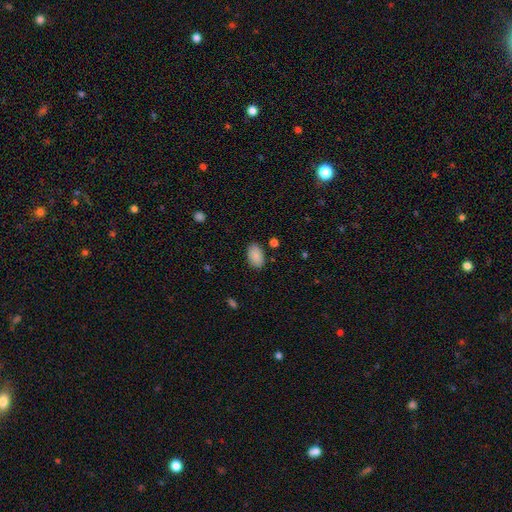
Smooth or featured: smooth — 87% (star or artifact — 8%)
How rounded: in between — 88% (round — 12%)
Merging: none — 86% (minor disturbance — 11%)